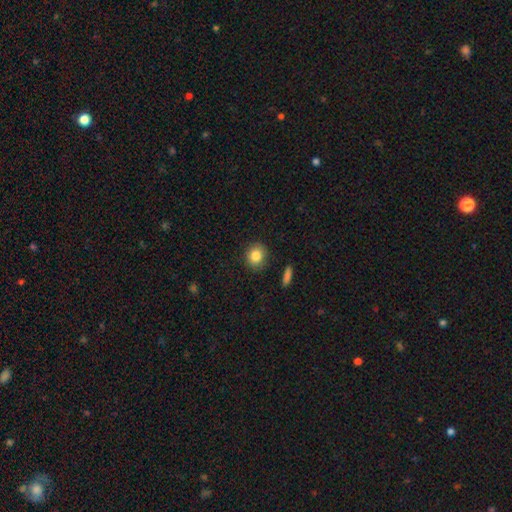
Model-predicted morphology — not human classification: The model was most divided on "how rounded": round: 79%, in between: 20%, cigar-shaped: 1%. More confident: merging — none (87%); smooth or featured — smooth (84%).